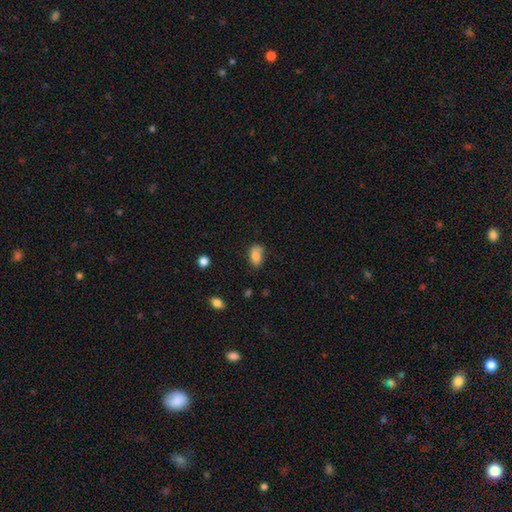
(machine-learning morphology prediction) Smooth or featured: smooth — 80% (featured or disk — 11%)
How rounded: in between — 87% (round — 11%)
Merging: none — 54% (minor disturbance — 31%)